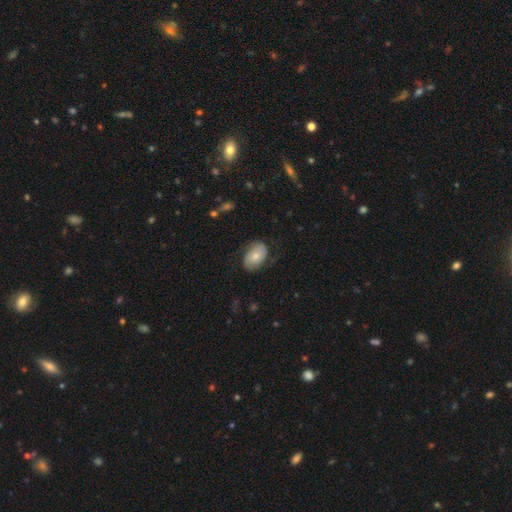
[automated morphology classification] Smooth or featured: smooth — 56% (featured or disk — 37%)
How rounded: in between — 85% (round — 14%)
Merging: none — 67% (minor disturbance — 23%)